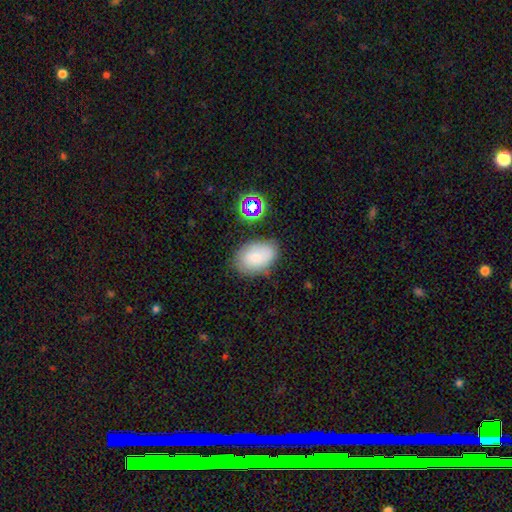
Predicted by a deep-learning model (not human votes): This appears to be a smooth galaxy with no disk features (74%) that is in between round and cigar-shaped (86%). Merging: none (72%).